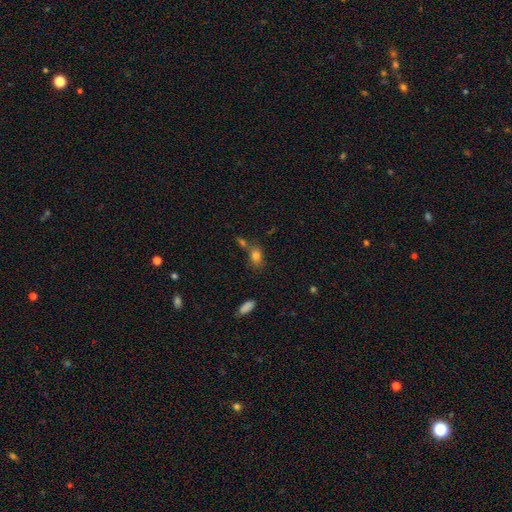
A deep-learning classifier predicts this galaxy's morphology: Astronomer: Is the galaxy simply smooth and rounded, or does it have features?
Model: smooth — 80%.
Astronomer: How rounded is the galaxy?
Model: in between — 73%.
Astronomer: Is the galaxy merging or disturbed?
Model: none — 50% (runner-up: merger, 29%).